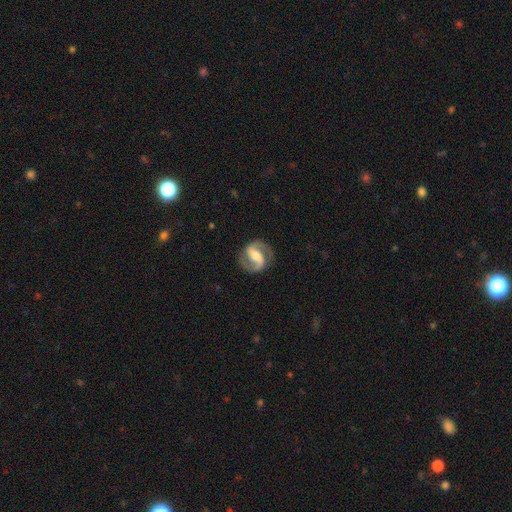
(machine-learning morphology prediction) This appears to be a featured or disk galaxy (90%) with a strong bar (43%), 2 (94%) medium (57%) spiral arms (97%) and a moderate central bulge (59%). Merging: none (85%).